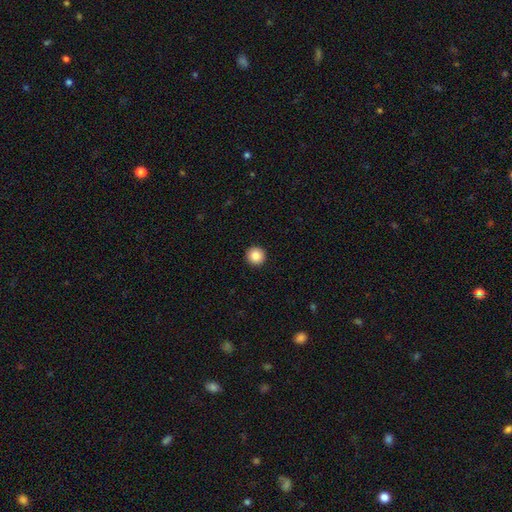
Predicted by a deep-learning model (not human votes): smooth-or-featured: smooth: 86% | star or artifact: 9% | featured or disk: 5%
  how-rounded: round: 96% | in between: 3% | cigar-shaped: 1%
  merging: none: 94% | minor disturbance: 4% | major disturbance: 1% | merger: 1%